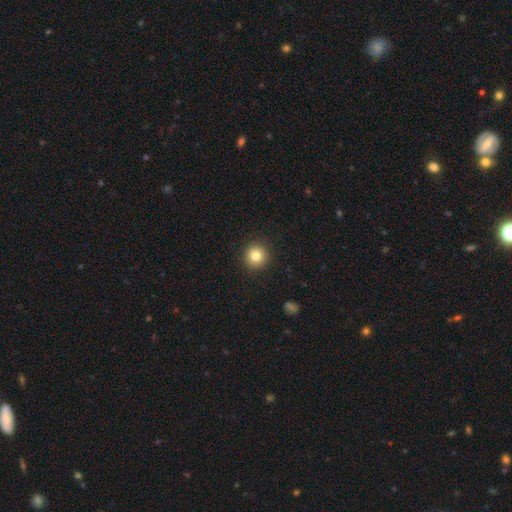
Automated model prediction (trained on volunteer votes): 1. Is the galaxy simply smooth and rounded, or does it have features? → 82% smooth, 11% star or artifact, 7% featured or disk.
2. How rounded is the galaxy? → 94% round, 5% in between, 1% cigar-shaped.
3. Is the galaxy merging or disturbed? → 92% none, 5% minor disturbance, 2% major disturbance, 1% merger.